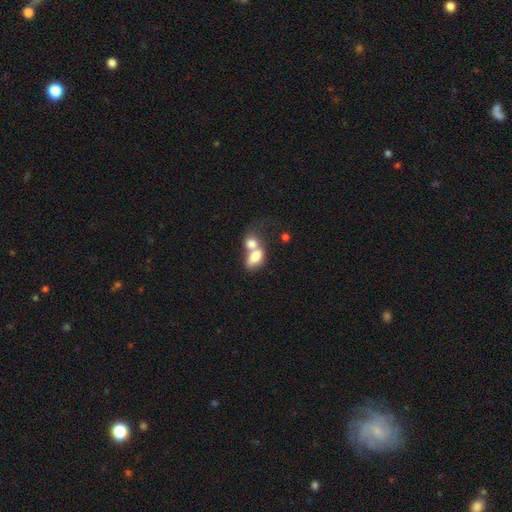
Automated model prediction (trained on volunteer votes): Q: Smooth or featured?
A: smooth (75%); runner-up: featured or disk (17%)
Q: How rounded?
A: in between (80%); runner-up: round (17%)
Q: Merging?
A: merger (73%); runner-up: none (14%)